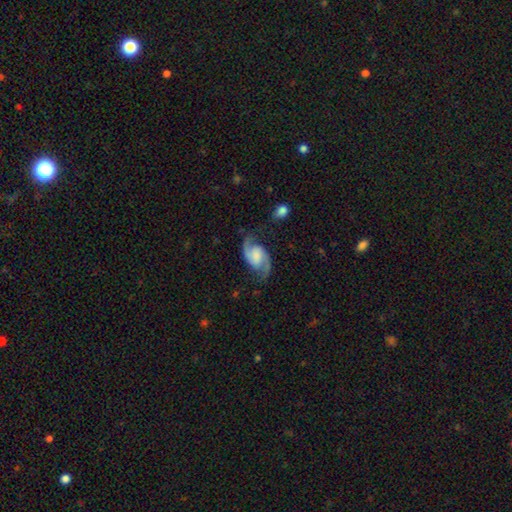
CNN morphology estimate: A featured or disk galaxy (88%) with no bar (48%), 2 (94%) medium (51%) spiral arms (98%) and no central bulge (31%).

Vote fractions:
- Smooth or featured? featured or disk: 88% / smooth: 7% / star or artifact: 5%
- Edge-on disk? no: 98% / yes: 2%
- Bar? no: 48% / weak: 40% / strong: 12%
- Spiral arms? yes: 98% / no: 2%
- Spiral winding? medium: 51% / loose: 35% / tight: 14%
- Spiral arm count? 2: 94% / can't tell: 2% / 1: 1% / 3: 1% / 4: 1% / more than 4: 1%
- Bulge size? none: 31% / moderate: 25% / large: 21% / small: 20% / dominant: 3%
- Merging? none: 73% / minor disturbance: 17% / major disturbance: 8% / merger: 3%